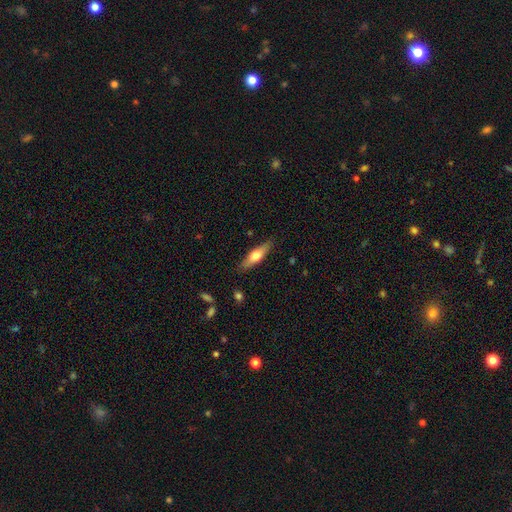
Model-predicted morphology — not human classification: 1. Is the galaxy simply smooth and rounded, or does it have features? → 55% smooth, 40% featured or disk, 6% star or artifact.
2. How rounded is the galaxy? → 62% cigar-shaped, 36% in between, 2% round.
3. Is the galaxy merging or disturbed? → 86% none, 10% minor disturbance, 2% major disturbance, 1% merger.